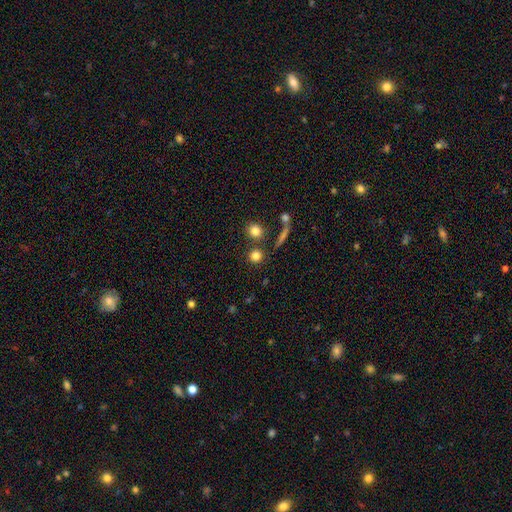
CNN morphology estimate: smooth 81%, star or artifact 12%, featured or disk 7%. Down the decision tree: how rounded — round (90%); merging — none (77%).